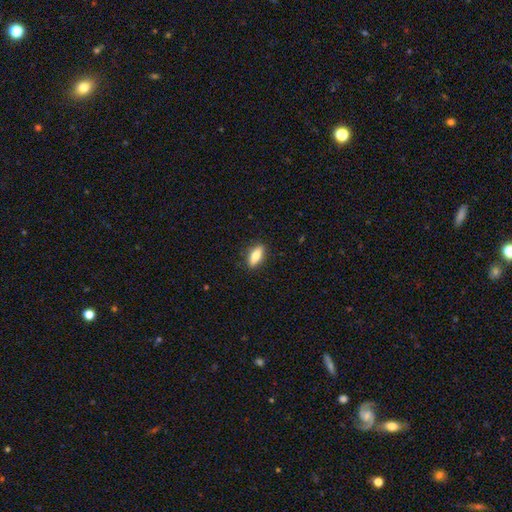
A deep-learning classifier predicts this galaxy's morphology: This is likely a smooth galaxy (69%). How rounded: likely in between (64%). Merging: clearly none (88%).